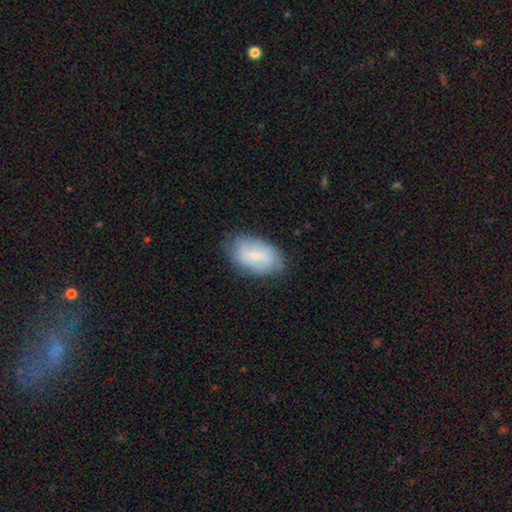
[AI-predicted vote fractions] A smooth galaxy with no disk features (52%) that is in between round and cigar-shaped (91%).

Vote fractions:
- Smooth or featured? smooth: 52% / featured or disk: 41% / star or artifact: 7%
- How rounded? in between: 91% / round: 7% / cigar-shaped: 2%
- Merging? none: 72% / minor disturbance: 21% / major disturbance: 6% / merger: 1%